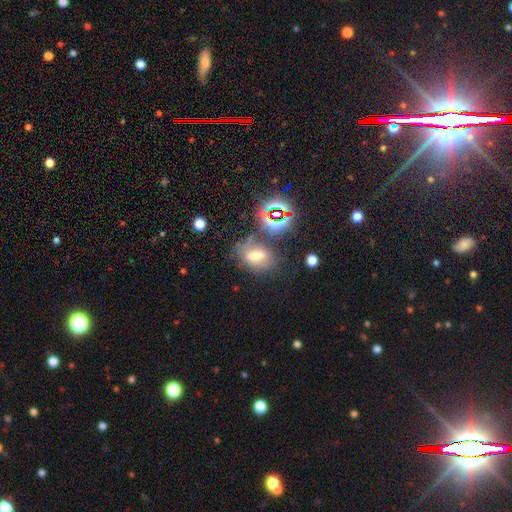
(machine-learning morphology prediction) This appears to be a smooth galaxy with no disk features (42%). Merging: none (56%).